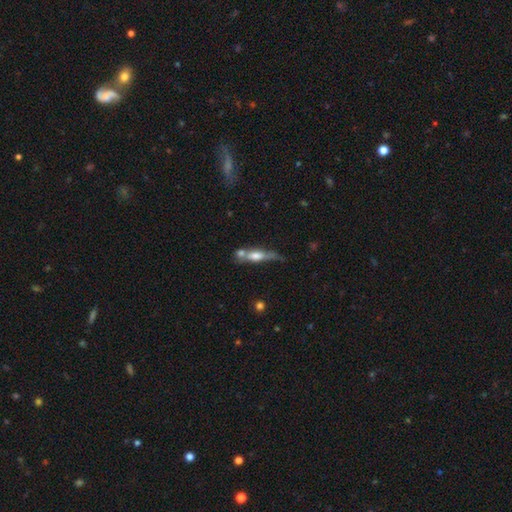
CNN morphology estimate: Smooth or featured?
  - smooth: 51% *
  - featured or disk: 41%
  - star or artifact: 8%
How rounded?
  - cigar-shaped: 60% *
  - in between: 35%
  - round: 5%
Merging?
  - merger: 36% *
  - none: 35%
  - minor disturbance: 19%
  - major disturbance: 11%